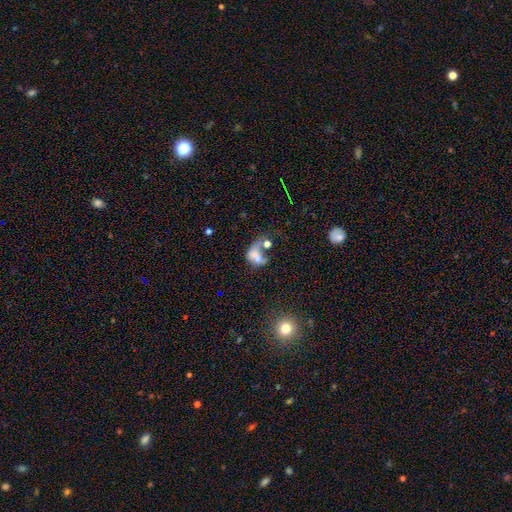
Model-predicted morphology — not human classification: smooth-or-featured: smooth: 52% | featured or disk: 33% | star or artifact: 15%
  how-rounded: in between: 76% | round: 21% | cigar-shaped: 3%
  merging: merger: 42% | major disturbance: 33% | none: 14% | minor disturbance: 11%